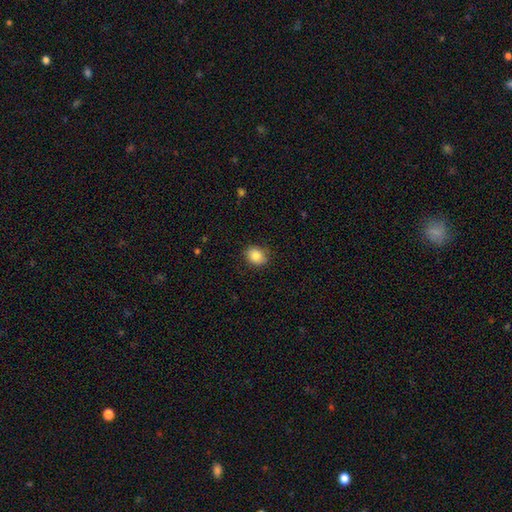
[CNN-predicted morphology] A smooth galaxy with no disk features (86%) that is round (52%).

Vote fractions:
- Smooth or featured? smooth: 86% / star or artifact: 8% / featured or disk: 5%
- How rounded? round: 52% / in between: 48% / cigar-shaped: 1%
- Merging? none: 83% / minor disturbance: 13% / major disturbance: 3% / merger: 1%